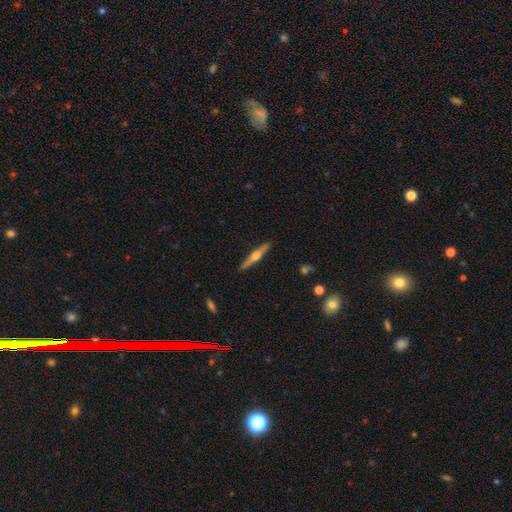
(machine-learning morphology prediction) Overall: featured or disk (70%). Edge-on disk: yes (98%). Edge-on bulge: rounded (91%). Merging: none (91%).